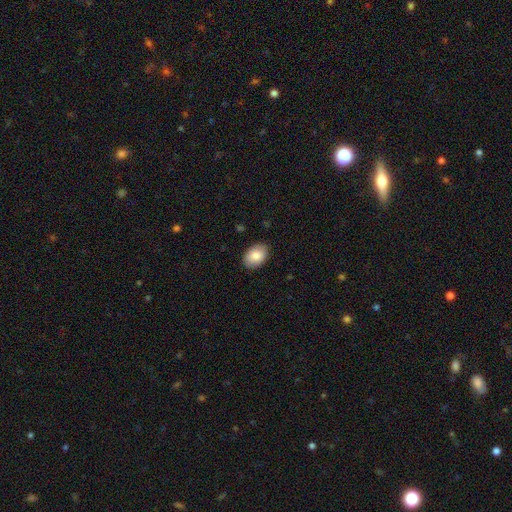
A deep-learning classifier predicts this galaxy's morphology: smooth_or_featured: smooth (p=0.85) [alt: featured or disk p=0.09]
how_rounded: in between (p=0.84) [alt: round p=0.15]
merging: none (p=0.88) [alt: minor disturbance p=0.09]